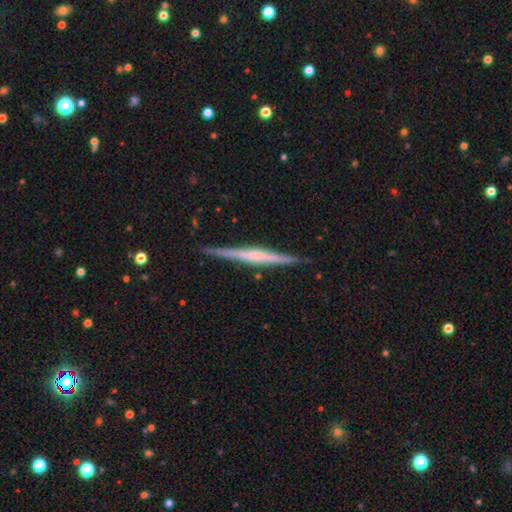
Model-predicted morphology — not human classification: featured or disk 75%, smooth 20%, star or artifact 5%. Down the decision tree: edge-on disk — yes (98%); edge-on bulge — rounded (45%); merging — none (90%).